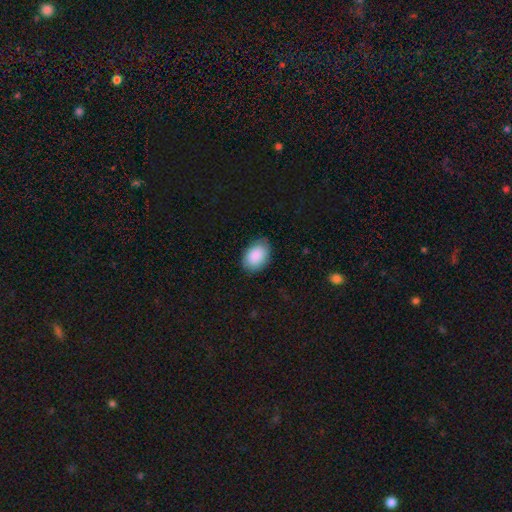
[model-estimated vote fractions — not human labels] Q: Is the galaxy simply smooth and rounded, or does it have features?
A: smooth — 89%.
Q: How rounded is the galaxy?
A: in between — 85%.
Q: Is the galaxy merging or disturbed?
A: none — 80%.